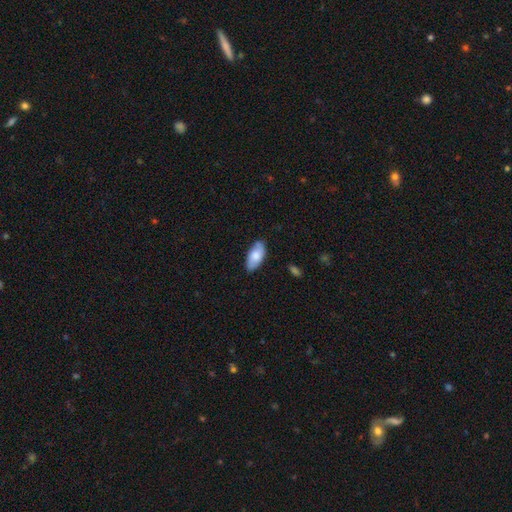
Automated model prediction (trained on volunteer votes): smooth-or-featured: smooth: 74% | featured or disk: 20% | star or artifact: 6%
  how-rounded: in between: 92% | cigar-shaped: 6% | round: 2%
  merging: none: 79% | minor disturbance: 17% | major disturbance: 3% | merger: 2%